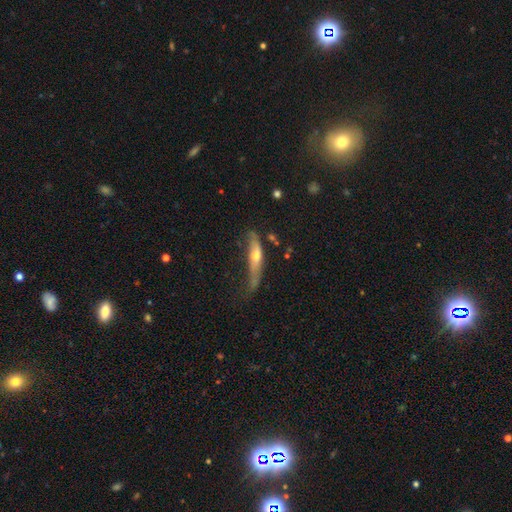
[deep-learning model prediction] smooth_or_featured: featured or disk (p=0.51) [alt: smooth p=0.43]
disk_edge_on: yes (p=0.74) [alt: no p=0.26]
merging: none (p=0.39) [alt: minor disturbance p=0.34]